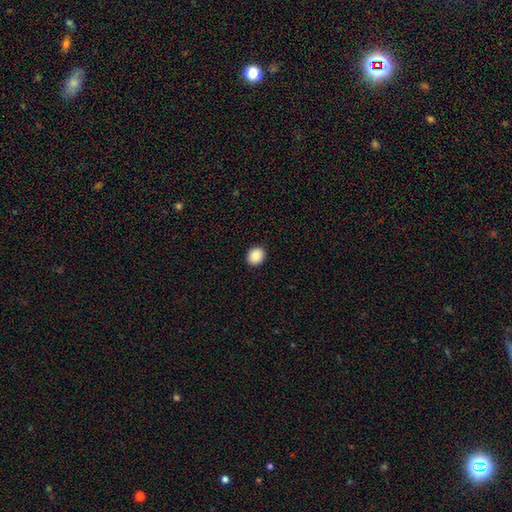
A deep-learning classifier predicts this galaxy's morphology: Smooth or featured?
  - smooth: 89% *
  - star or artifact: 8%
  - featured or disk: 3%
How rounded?
  - round: 76% *
  - in between: 23%
  - cigar-shaped: 1%
Merging?
  - none: 92% *
  - minor disturbance: 5%
  - major disturbance: 2%
  - merger: 1%